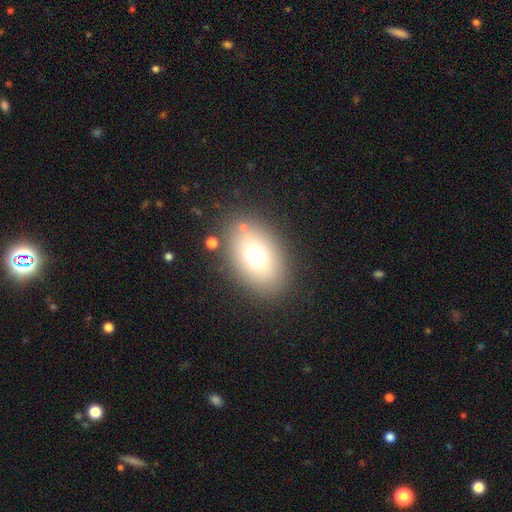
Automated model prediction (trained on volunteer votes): Smooth or featured? Predicted: smooth (p=0.70). How rounded? Predicted: in between (p=0.81). Merging? Predicted: none (p=0.82).